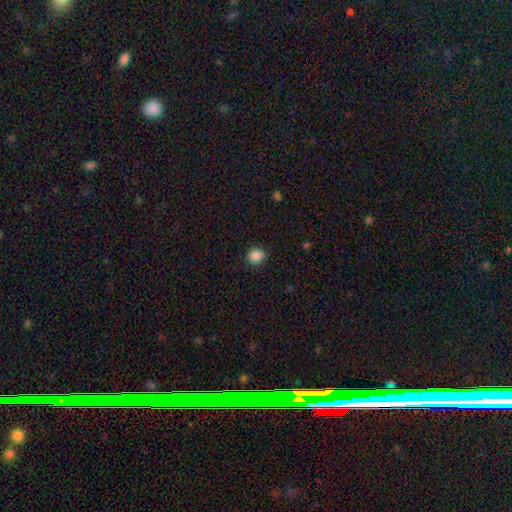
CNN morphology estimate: Smooth or featured: smooth — 87% (star or artifact — 10%)
How rounded: round — 83% (in between — 16%)
Merging: none — 89% (minor disturbance — 7%)